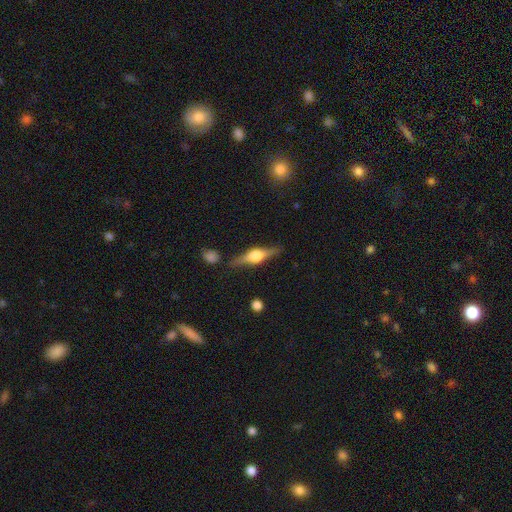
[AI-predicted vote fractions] The model was most divided on "smooth or featured": featured or disk: 72%, smooth: 22%, star or artifact: 6%. More confident: edge-on disk — yes (97%); edge-on bulge — rounded (91%); merging — none (84%).